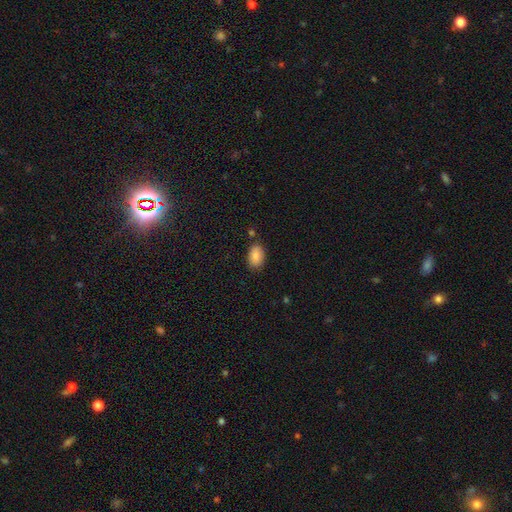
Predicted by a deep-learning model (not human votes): Smooth or featured?
  - smooth: 87% *
  - star or artifact: 7%
  - featured or disk: 6%
How rounded?
  - in between: 90% *
  - round: 8%
  - cigar-shaped: 1%
Merging?
  - none: 80% *
  - minor disturbance: 13%
  - merger: 4%
  - major disturbance: 3%